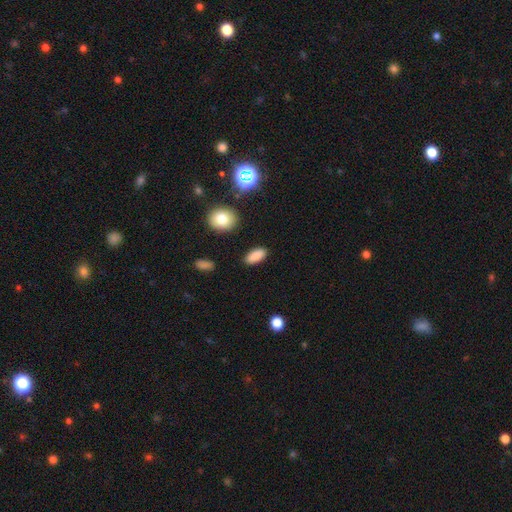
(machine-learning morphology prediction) Smooth or featured? Predicted: smooth (p=0.86). How rounded? Predicted: in between (p=0.86). Merging? Predicted: none (p=0.88).